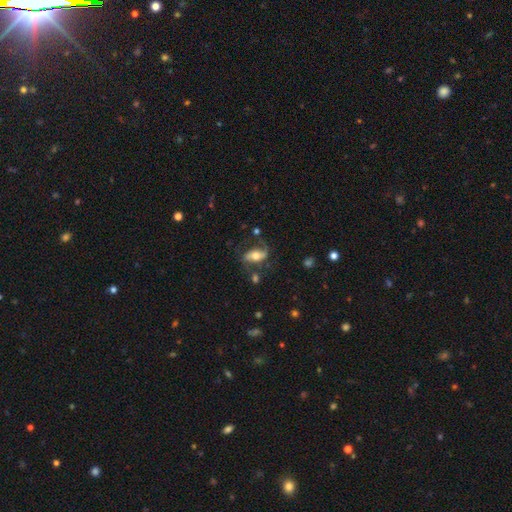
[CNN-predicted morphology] Overall: featured or disk (60%; smooth 32%). Edge-on disk: no (89%). Bar: no (41%; strong 33%). Spiral arms: yes (81%). Bulge size: moderate (62%). Merging: none (56%; minor disturbance 21%).